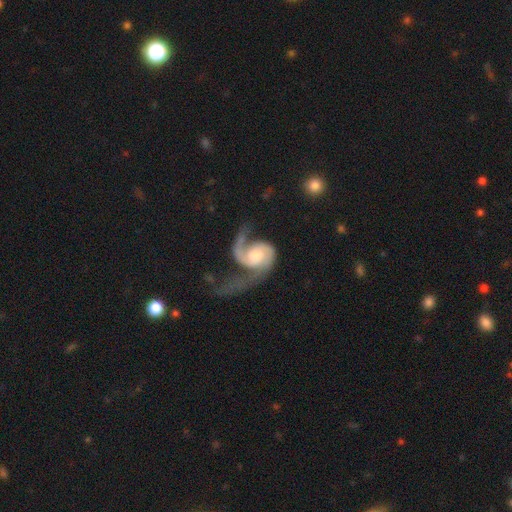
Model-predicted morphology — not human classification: This appears to be a featured or disk galaxy (88%) with no bar (63%), 2 (79%) loose (49%) spiral arms (97%) and a moderate central bulge (39%). Merging: major disturbance (41%).